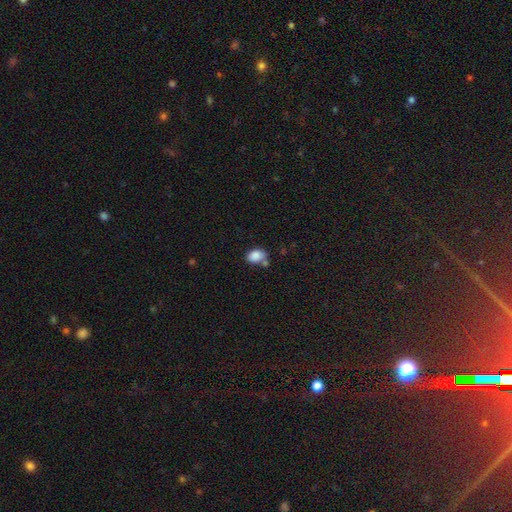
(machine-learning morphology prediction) This appears to be a smooth galaxy with no disk features (86%) that is in between round and cigar-shaped (77%). Merging: none (54%).